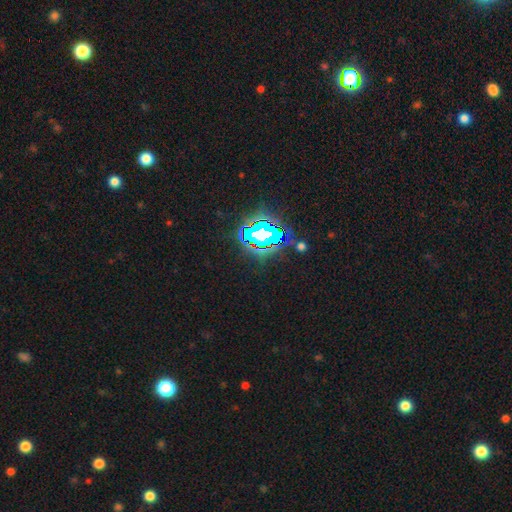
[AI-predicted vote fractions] This appears to be a star or artifact, not a galaxy (84%).